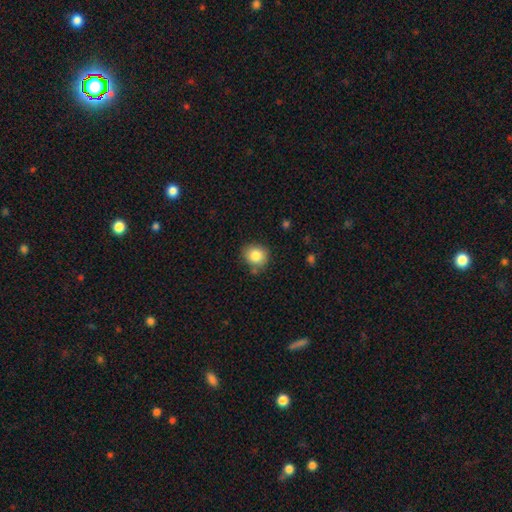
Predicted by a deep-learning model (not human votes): Smooth or featured? smooth (85%)
How rounded? round (78%)
Merging? none (79%)